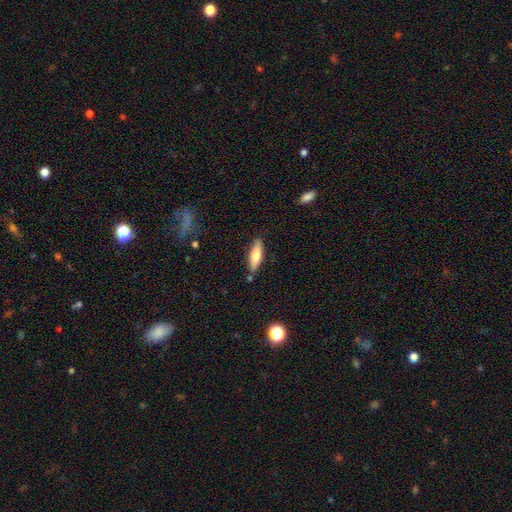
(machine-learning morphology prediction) smooth-or-featured: smooth: 62% | featured or disk: 31% | star or artifact: 6%
  how-rounded: cigar-shaped: 60% | in between: 38% | round: 2%
  merging: none: 83% | minor disturbance: 11% | merger: 3% | major disturbance: 2%